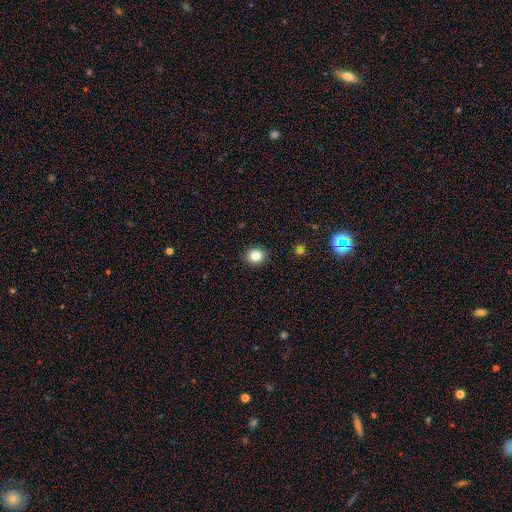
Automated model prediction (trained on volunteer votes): A smooth galaxy with no disk features (83%) that is round (76%).

Vote fractions:
- Smooth or featured? smooth: 83% / star or artifact: 11% / featured or disk: 6%
- How rounded? round: 76% / in between: 23% / cigar-shaped: 1%
- Merging? none: 91% / minor disturbance: 6% / major disturbance: 2% / merger: 1%